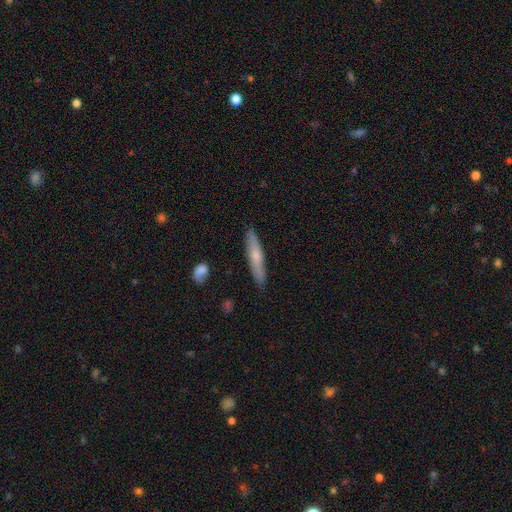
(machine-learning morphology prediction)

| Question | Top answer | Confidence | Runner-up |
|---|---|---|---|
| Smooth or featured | smooth | 57% | featured or disk (37%) |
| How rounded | cigar-shaped | 91% | in between (7%) |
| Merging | none | 87% | minor disturbance (9%) |